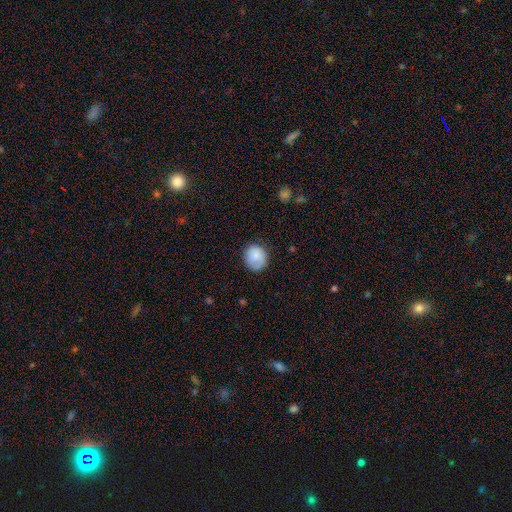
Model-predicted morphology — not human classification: Overall: smooth (81%). How rounded: round (76%). Merging: none (72%).